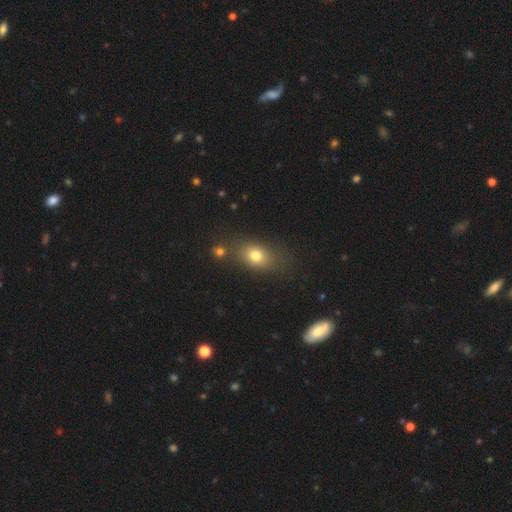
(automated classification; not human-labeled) Smooth or featured? Predicted: smooth (p=0.75). How rounded? Predicted: in between (p=0.67). Merging? Predicted: none (p=0.70).